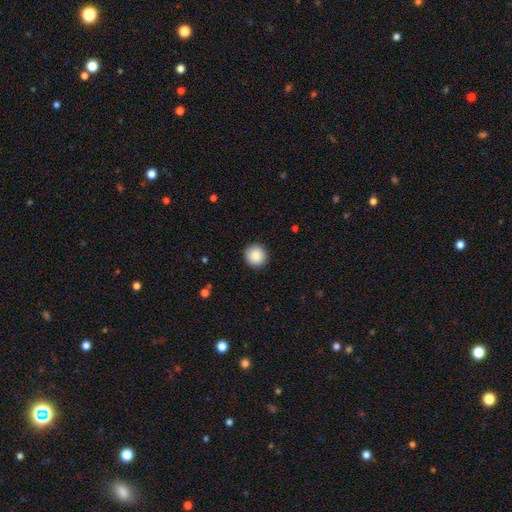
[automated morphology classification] Smooth or featured?
  - smooth: 88% *
  - star or artifact: 8%
  - featured or disk: 4%
How rounded?
  - round: 95% *
  - in between: 5%
  - cigar-shaped: 1%
Merging?
  - none: 92% *
  - minor disturbance: 5%
  - major disturbance: 2%
  - merger: 1%